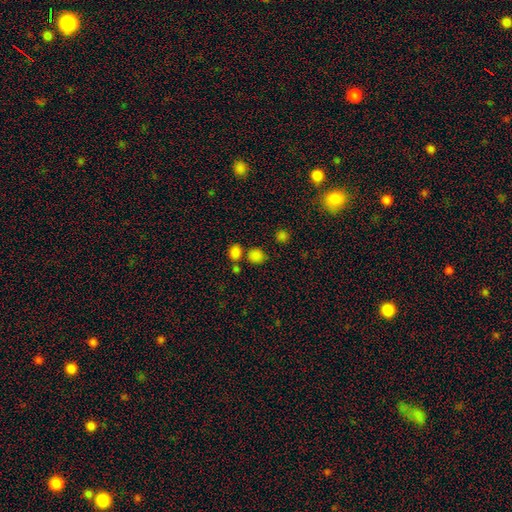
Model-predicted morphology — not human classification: smooth_or_featured: smooth (p=0.80) [alt: star or artifact p=0.16]
how_rounded: round (p=0.79) [alt: in between p=0.20]
merging: none (p=0.69) [alt: merger p=0.18]